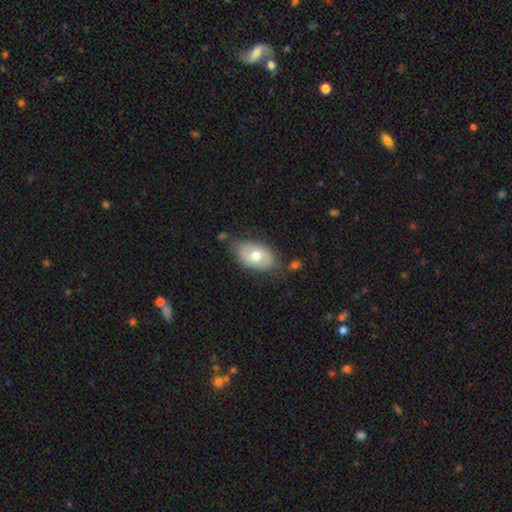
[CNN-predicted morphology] This is likely a smooth galaxy (65%). How rounded: clearly in between (90%). Merging: likely none (70%).